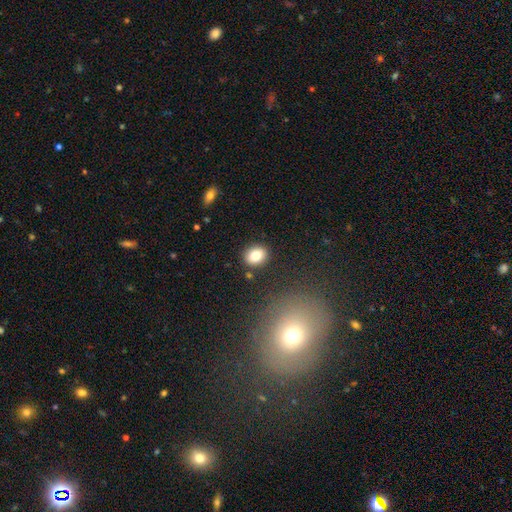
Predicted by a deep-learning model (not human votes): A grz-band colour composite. It shows a smooth galaxy with no disk features (80%) that is round (51%). Merging: none (87%).